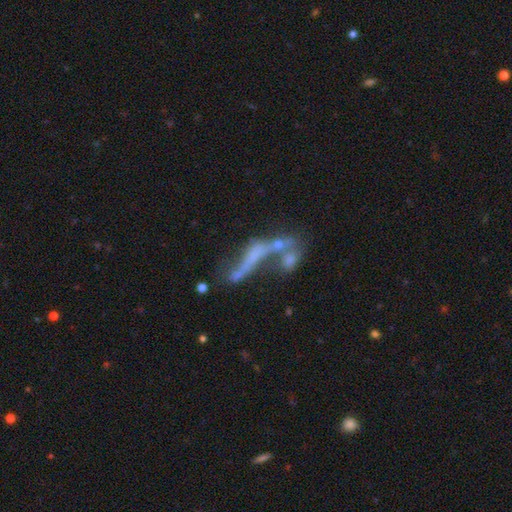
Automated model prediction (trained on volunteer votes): featured or disk 57%, smooth 25%, star or artifact 17%. Down the decision tree: edge-on disk — no (74%); merging — merger (48%).